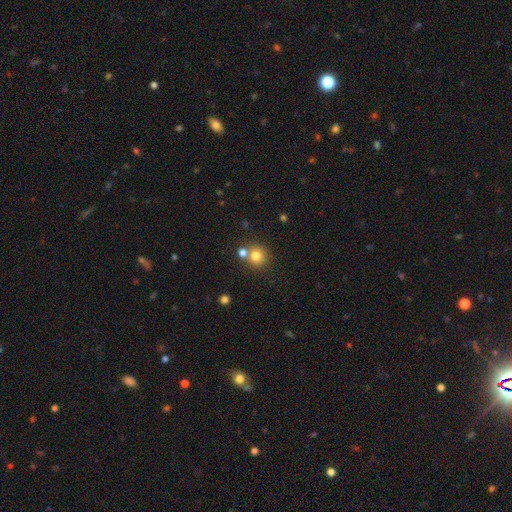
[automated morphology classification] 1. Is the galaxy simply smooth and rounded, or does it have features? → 78% smooth, 13% star or artifact, 9% featured or disk.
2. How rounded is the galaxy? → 91% round, 8% in between, 1% cigar-shaped.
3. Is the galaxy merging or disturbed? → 66% none, 24% merger, 8% minor disturbance, 3% major disturbance.